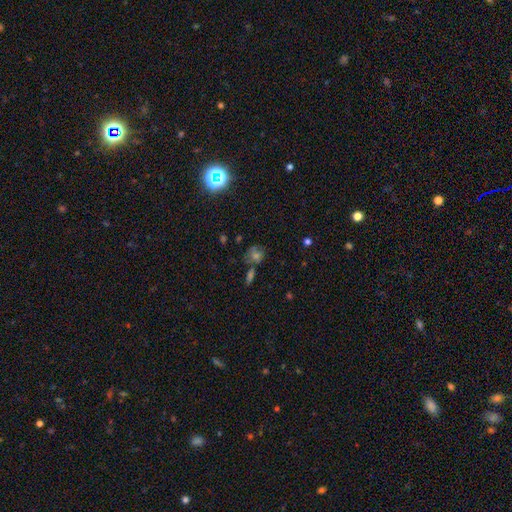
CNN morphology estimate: smooth-or-featured: smooth: 42% | star or artifact: 36% | featured or disk: 22%
  merging: none: 61% | merger: 16% | minor disturbance: 15% | major disturbance: 7%